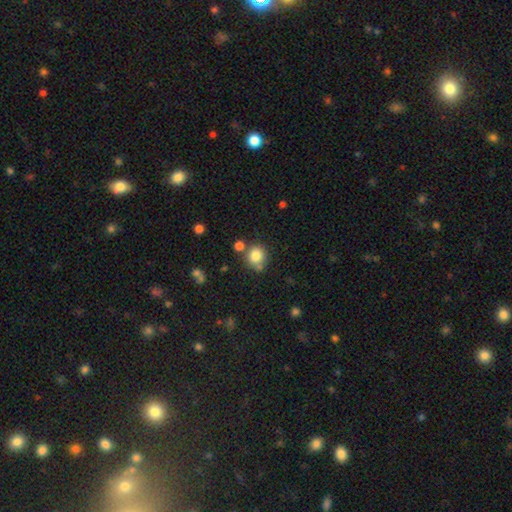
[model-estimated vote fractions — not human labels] Overall: smooth (82%). How rounded: round (84%). Merging: none (69%).